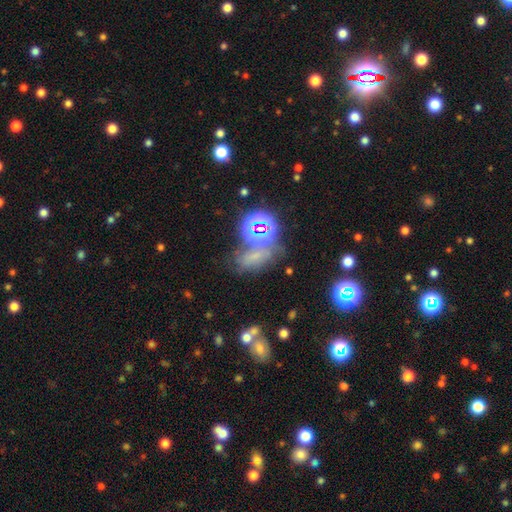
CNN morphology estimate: Q: Smooth or featured?
A: star or artifact (44%); runner-up: smooth (40%)